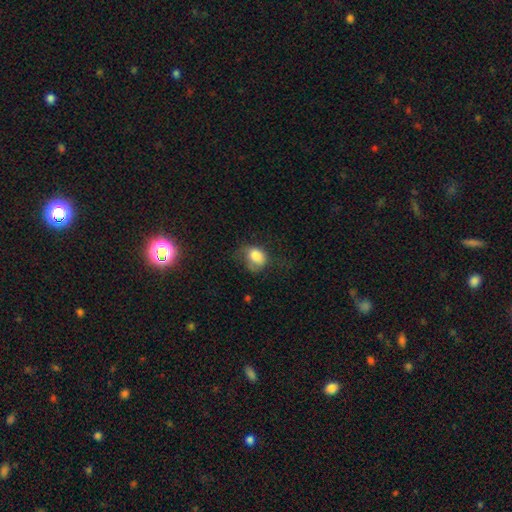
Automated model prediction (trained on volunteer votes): This is likely a smooth galaxy (79%). How rounded: possibly in between (59%). Merging: marginally major disturbance (34%).